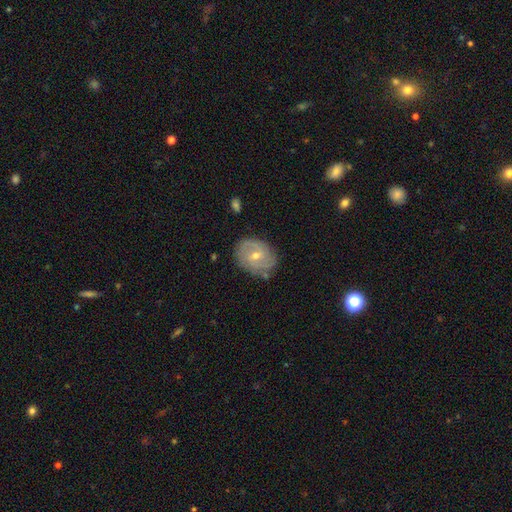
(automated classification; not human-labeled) A featured or disk galaxy (70%) with no bar (49%), 2 (45%) tight (56%) spiral arms (83%) and a small central bulge (51%).

Vote fractions:
- Smooth or featured? featured or disk: 70% / smooth: 22% / star or artifact: 8%
- Edge-on disk? no: 96% / yes: 4%
- Bar? no: 49% / weak: 42% / strong: 9%
- Spiral arms? yes: 83% / no: 17%
- Spiral winding? tight: 56% / medium: 33% / loose: 12%
- Spiral arm count? 2: 45% / can't tell: 33% / 3: 11% / 1: 4% / 4: 4% / more than 4: 3%
- Bulge size? small: 51% / moderate: 46% / large: 1% / none: 1% / dominant: 1%
- Merging? none: 76% / minor disturbance: 18% / major disturbance: 4% / merger: 2%